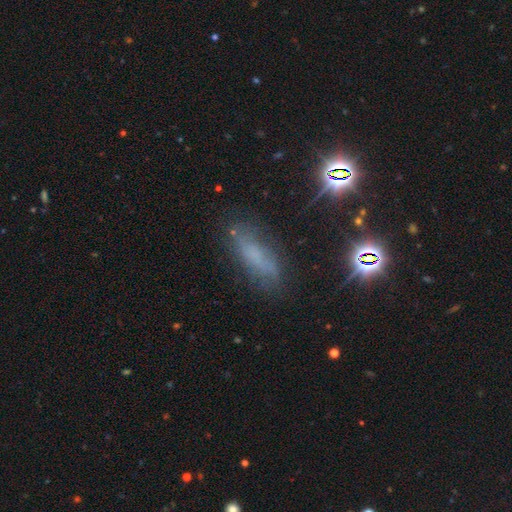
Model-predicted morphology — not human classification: smooth 49%, featured or disk 28%, star or artifact 23%. Down the decision tree: merging — none (69%).